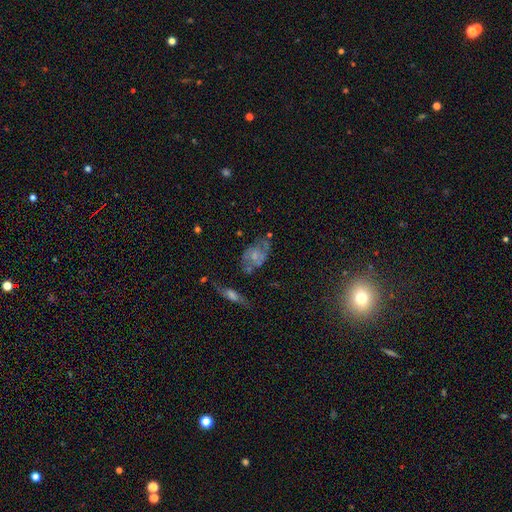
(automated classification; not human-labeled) This is possibly a featured or disk galaxy (53%). It is clearly not viewed edge-on (94%). Merging: marginally none (42%).